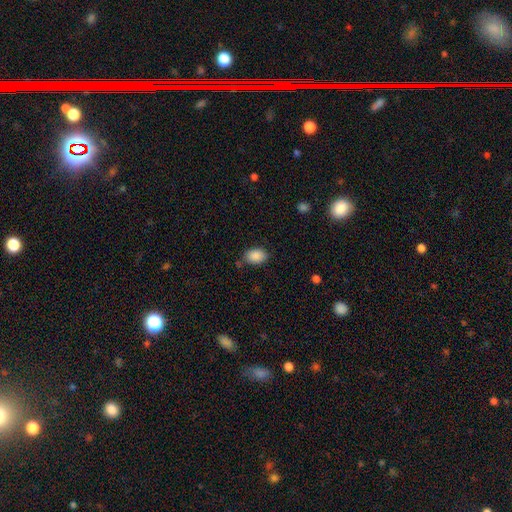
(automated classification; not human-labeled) smooth_or_featured: smooth (p=0.89) [alt: star or artifact p=0.08]
how_rounded: in between (p=0.86) [alt: round p=0.13]
merging: none (p=0.75) [alt: minor disturbance p=0.17]